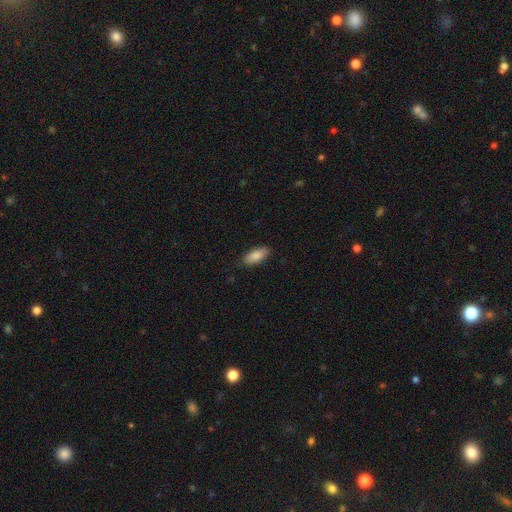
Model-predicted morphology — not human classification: type=smooth (87%); roundness=in between (83%); merging=none (88%).